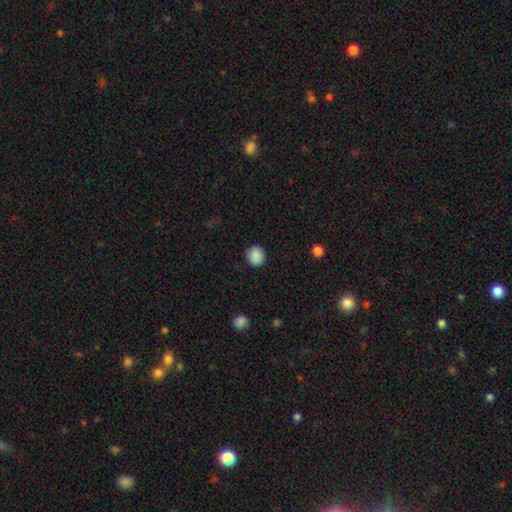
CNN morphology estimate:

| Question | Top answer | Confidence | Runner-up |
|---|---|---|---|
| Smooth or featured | smooth | 89% | star or artifact (8%) |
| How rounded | round | 89% | in between (10%) |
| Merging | none | 89% | minor disturbance (7%) |